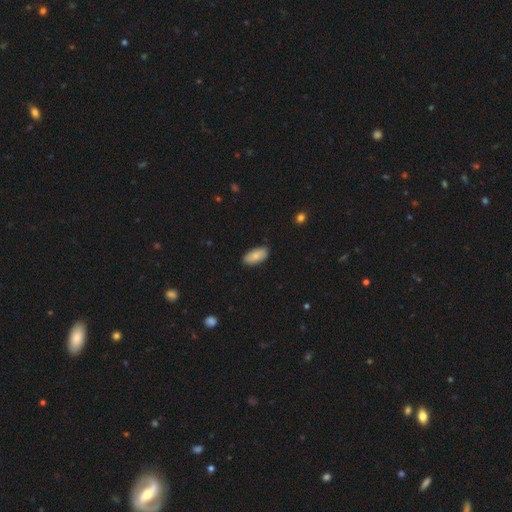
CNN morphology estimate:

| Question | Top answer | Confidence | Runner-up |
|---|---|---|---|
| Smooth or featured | smooth | 82% | featured or disk (11%) |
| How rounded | in between | 92% | cigar-shaped (6%) |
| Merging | none | 85% | minor disturbance (12%) |